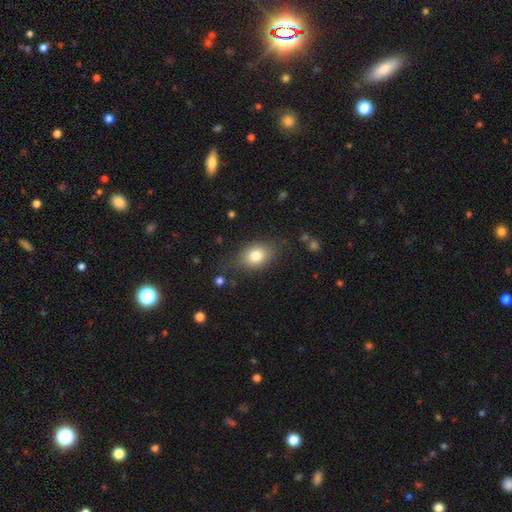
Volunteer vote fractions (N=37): Volunteers were most divided on "how rounded": in between: 67%, round: 33%, cigar-shaped: 0%. More confident: smooth or featured — smooth (89%); merging — none (71%).